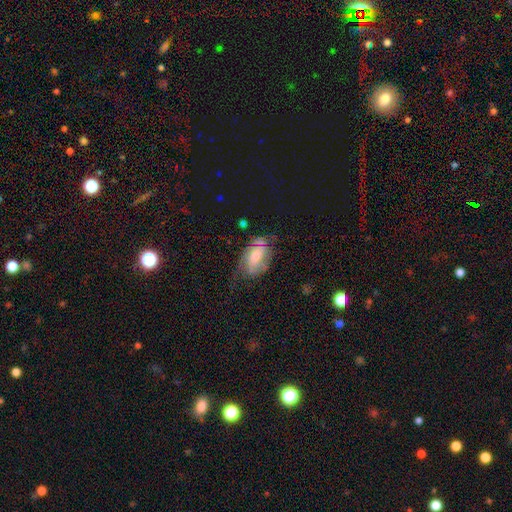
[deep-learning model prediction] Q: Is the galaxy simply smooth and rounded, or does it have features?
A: featured or disk — 63%.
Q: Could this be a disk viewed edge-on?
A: no — 95%.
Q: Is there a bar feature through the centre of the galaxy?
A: no — 58%.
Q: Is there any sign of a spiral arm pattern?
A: yes — 83%.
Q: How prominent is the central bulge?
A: moderate — 43%.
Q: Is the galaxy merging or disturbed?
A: none — 43%.